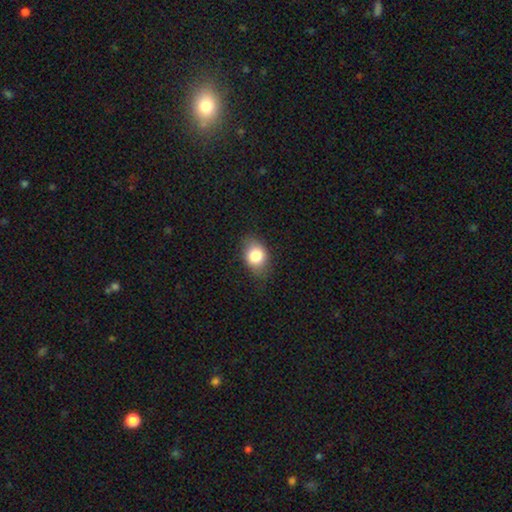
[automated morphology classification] smooth 81%, featured or disk 10%, star or artifact 9%. Down the decision tree: how rounded — in between (66%); merging — none (78%).